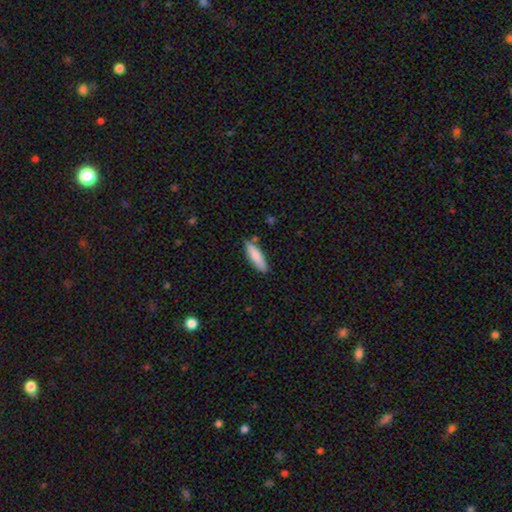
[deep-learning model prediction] Smooth or featured? smooth (82%)
How rounded? cigar-shaped (62%)
Merging? none (80%)